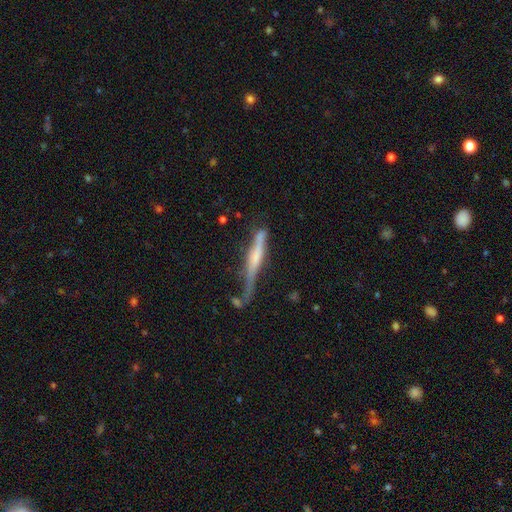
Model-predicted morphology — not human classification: A featured or disk galaxy (60%) viewed edge-on (91%) with a rounded central bulge (48%).

Vote fractions:
- Smooth or featured? featured or disk: 60% / smooth: 32% / star or artifact: 8%
- Edge-on disk? yes: 91% / no: 9%
- Edge-on bulge? rounded: 48% / none: 31% / boxy: 22%
- Merging? none: 43% / minor disturbance: 27% / major disturbance: 17% / merger: 13%